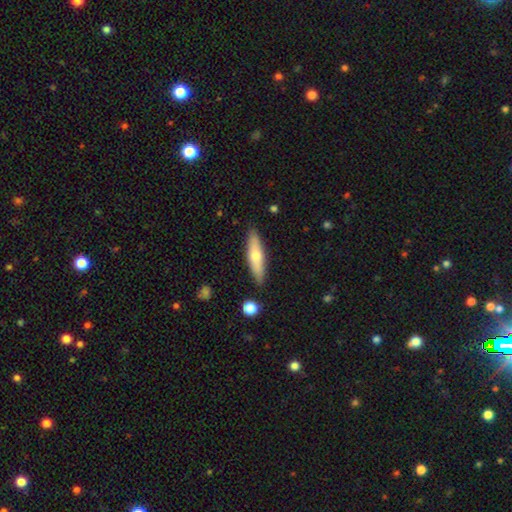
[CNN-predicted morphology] This appears to be a smooth galaxy with no disk features (58%) that is cigar-shaped (70%). Merging: none (86%).